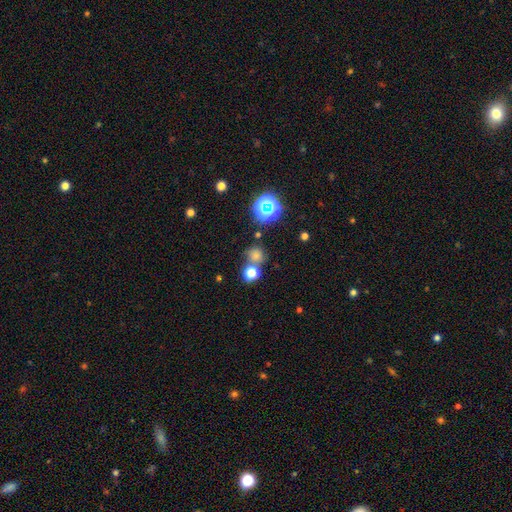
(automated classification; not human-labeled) Overall: smooth (66%; star or artifact 27%). How rounded: round (86%). Merging: none (62%; merger 24%).